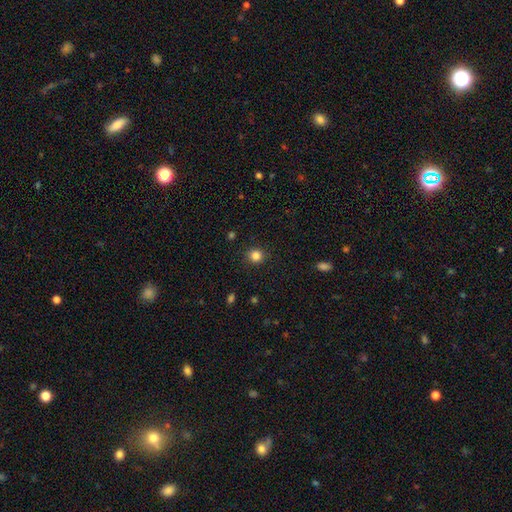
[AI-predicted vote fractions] Q: Smooth or featured?
A: smooth (84%); runner-up: star or artifact (12%)
Q: How rounded?
A: round (90%); runner-up: in between (9%)
Q: Merging?
A: none (90%); runner-up: minor disturbance (7%)